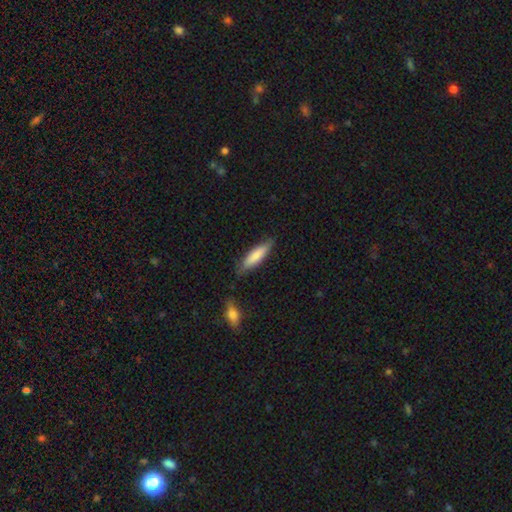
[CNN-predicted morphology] A smooth galaxy with no disk features (78%) that is cigar-shaped (67%). Merging: none (78%).